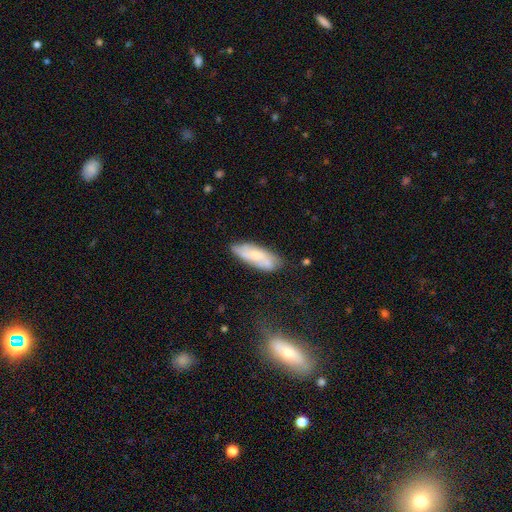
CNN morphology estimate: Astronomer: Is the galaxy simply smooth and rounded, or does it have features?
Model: featured or disk — 48% (runner-up: smooth, 45%).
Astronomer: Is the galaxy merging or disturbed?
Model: none — 69%.